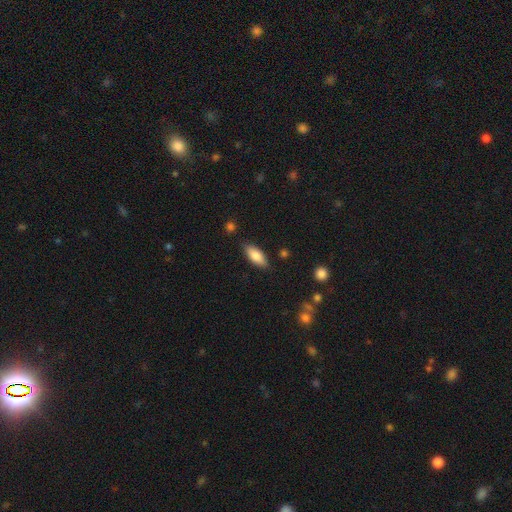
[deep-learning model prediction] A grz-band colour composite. It shows a smooth galaxy with no disk features (78%) that is in between round and cigar-shaped (77%). Merging: none (83%).